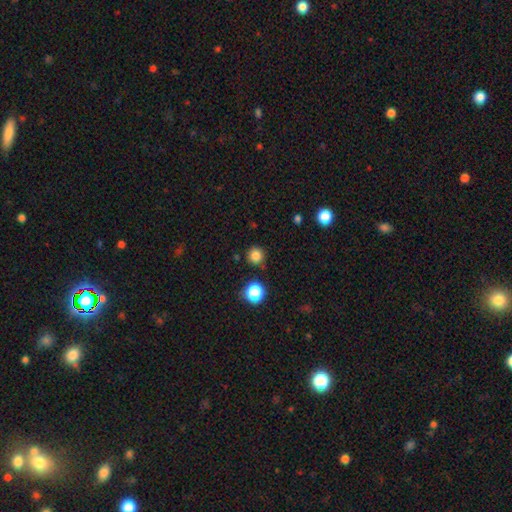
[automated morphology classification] Smooth or featured: smooth — 82% (star or artifact — 14%)
How rounded: round — 94% (in between — 5%)
Merging: none — 88% (minor disturbance — 7%)